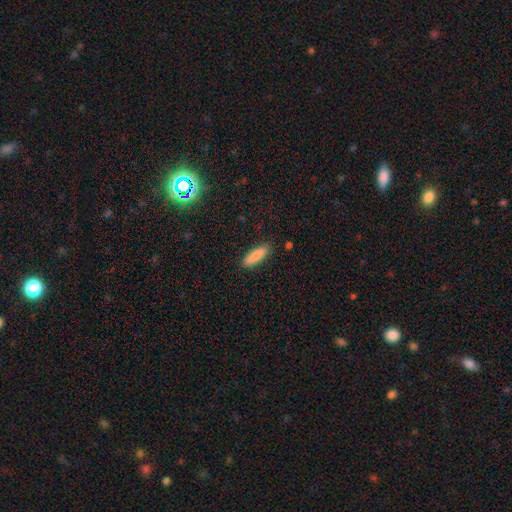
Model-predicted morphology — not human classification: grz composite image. It shows a smooth galaxy with no disk features (87%) that is cigar-shaped (55%). Merging: none (87%).